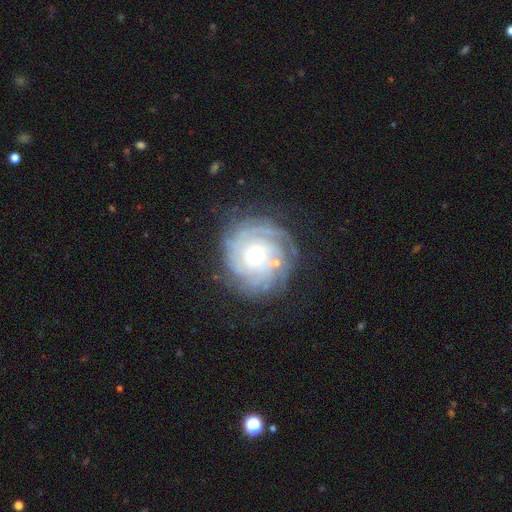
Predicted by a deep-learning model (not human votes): smooth_or_featured: featured or disk (p=0.81) [alt: smooth p=0.12]
disk_edge_on: no (p=0.97) [alt: yes p=0.03]
bar: no (p=0.81) [alt: weak p=0.15]
has_spiral_arms: yes (p=0.93) [alt: no p=0.07]
spiral_winding: tight (p=0.77) [alt: medium p=0.18]
spiral_arm_count: can't tell (p=0.39) [alt: 4 p=0.16]
bulge_size: small (p=0.48) [alt: moderate p=0.44]
merging: none (p=0.74) [alt: minor disturbance p=0.16]